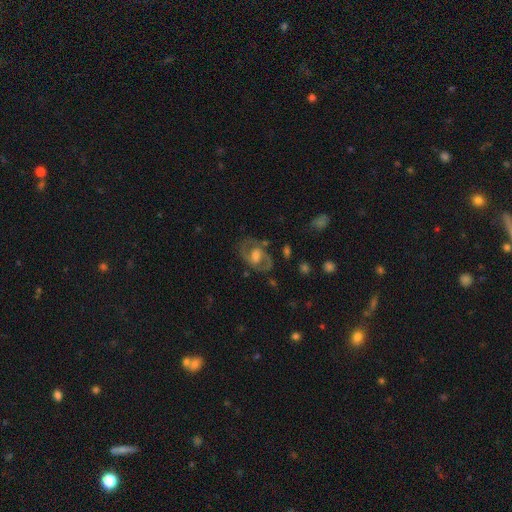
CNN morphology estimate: smooth-or-featured: featured or disk: 73% | smooth: 20% | star or artifact: 7%
  disk-edge-on: no: 95% | yes: 5%
    bar: weak: 44% | no: 36% | strong: 20%
    has-spiral-arms: yes: 78% | no: 22%
      spiral-winding: medium: 54% | tight: 27% | loose: 19%
      spiral-arm-count: 2: 84% | can't tell: 9% | 1: 3% | 3: 2% | 4: 1% | more than 4: 1%
    bulge-size: moderate: 47% | large: 25% | small: 20% | none: 6% | dominant: 2%
  merging: none: 72% | minor disturbance: 16% | major disturbance: 9% | merger: 3%